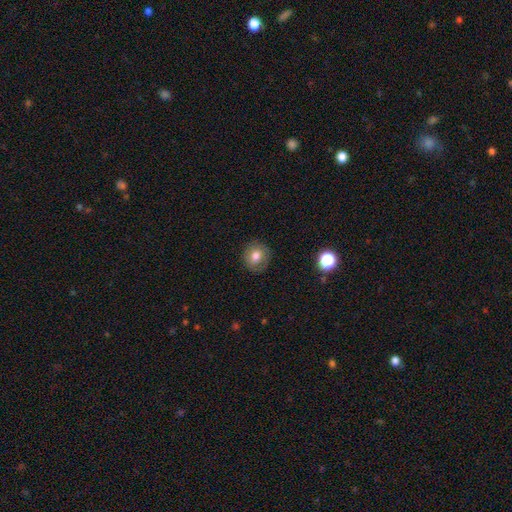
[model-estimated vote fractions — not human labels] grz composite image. It shows a smooth galaxy with no disk features (72%) that is round (85%). Merging: none (83%).